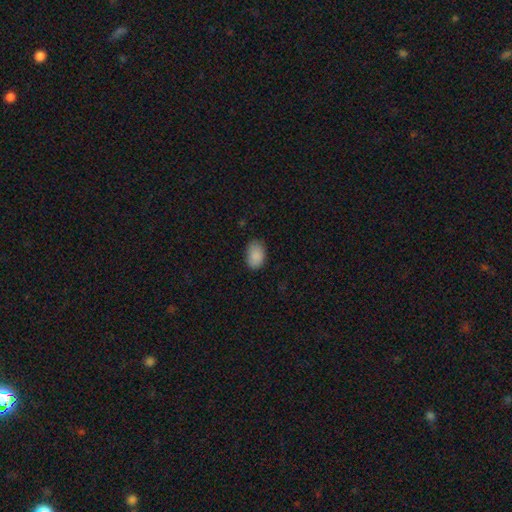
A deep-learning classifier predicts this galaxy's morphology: smooth_or_featured: smooth (p=0.89) [alt: star or artifact p=0.07]
how_rounded: in between (p=0.86) [alt: round p=0.13]
merging: none (p=0.80) [alt: minor disturbance p=0.16]